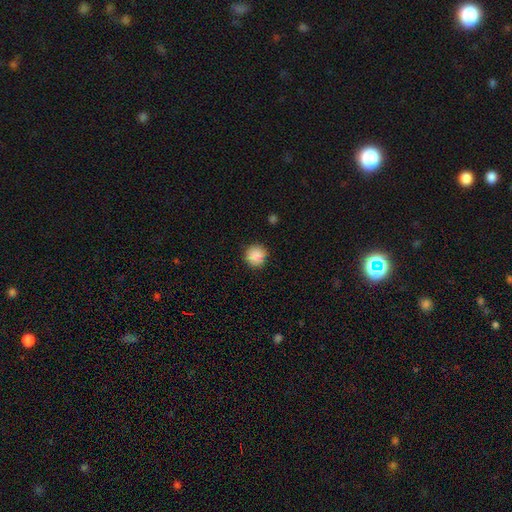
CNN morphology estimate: A smooth galaxy with no disk features (89%) that is round (92%).

Vote fractions:
- Smooth or featured? smooth: 89% / star or artifact: 8% / featured or disk: 3%
- How rounded? round: 92% / in between: 7% / cigar-shaped: 1%
- Merging? none: 88% / minor disturbance: 8% / major disturbance: 2% / merger: 1%